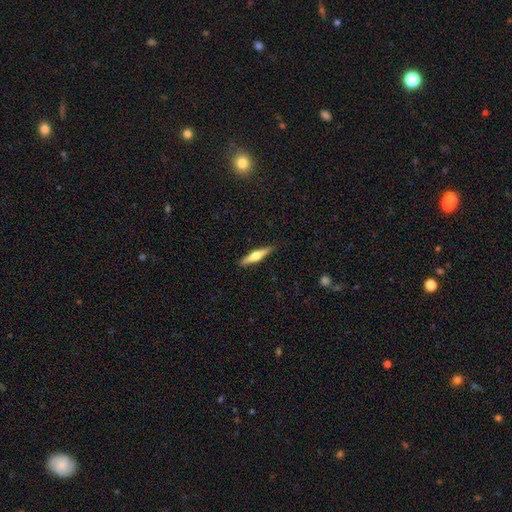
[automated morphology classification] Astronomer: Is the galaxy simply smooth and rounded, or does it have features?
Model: featured or disk — 52% (runner-up: smooth, 43%).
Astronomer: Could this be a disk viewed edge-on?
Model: yes — 96%.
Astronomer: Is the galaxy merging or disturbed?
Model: none — 89%.